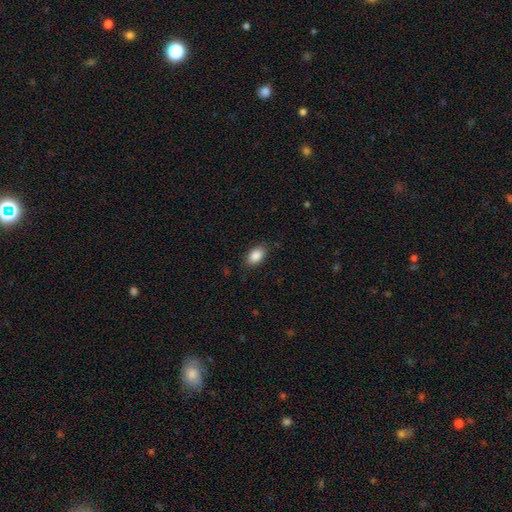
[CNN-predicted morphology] A smooth galaxy with no disk features (88%) that is in between round and cigar-shaped (90%).

Vote fractions:
- Smooth or featured? smooth: 88% / star or artifact: 7% / featured or disk: 5%
- How rounded? in between: 90% / round: 8% / cigar-shaped: 2%
- Merging? none: 84% / minor disturbance: 12% / major disturbance: 3% / merger: 1%